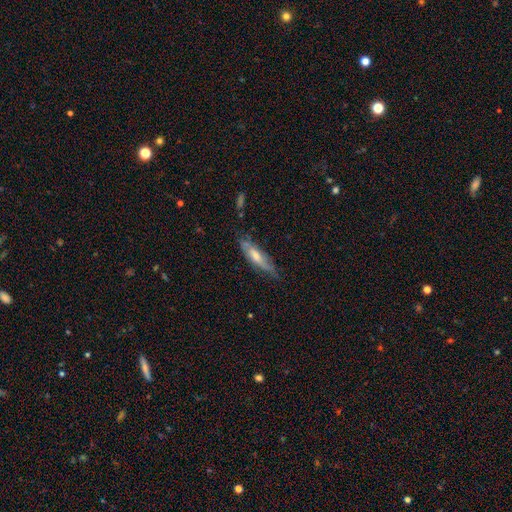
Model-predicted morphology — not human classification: The model was most divided on "smooth or featured": smooth: 48%, featured or disk: 45%, star or artifact: 6%. More confident: merging — none (65%).